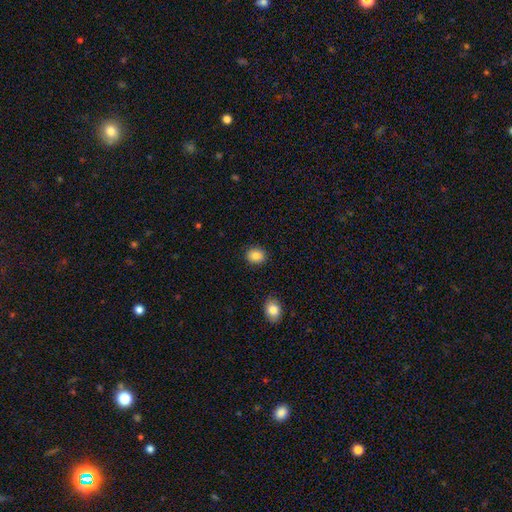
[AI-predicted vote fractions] Smooth or featured?
  - smooth: 87% *
  - star or artifact: 9%
  - featured or disk: 4%
How rounded?
  - round: 56% *
  - in between: 43%
  - cigar-shaped: 1%
Merging?
  - none: 87% *
  - minor disturbance: 9%
  - major disturbance: 2%
  - merger: 2%